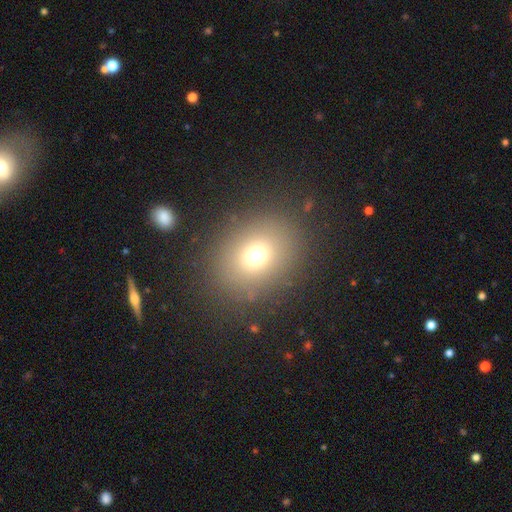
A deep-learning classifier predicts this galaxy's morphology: This is likely a smooth galaxy (71%). How rounded: likely round (60%). Merging: clearly none (84%).